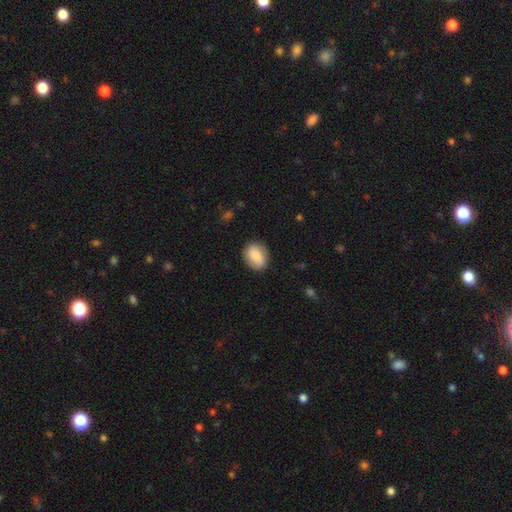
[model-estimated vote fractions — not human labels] Smooth or featured?
  - smooth: 84% *
  - featured or disk: 10%
  - star or artifact: 7%
How rounded?
  - in between: 64% *
  - round: 35%
  - cigar-shaped: 1%
Merging?
  - none: 82% *
  - minor disturbance: 13%
  - major disturbance: 3%
  - merger: 1%